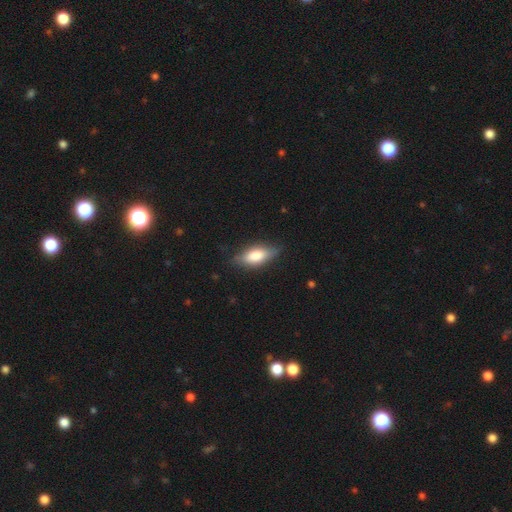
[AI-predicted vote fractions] Smooth or featured? Predicted: smooth (p=0.68). How rounded? Predicted: in between (p=0.76). Merging? Predicted: none (p=0.77).